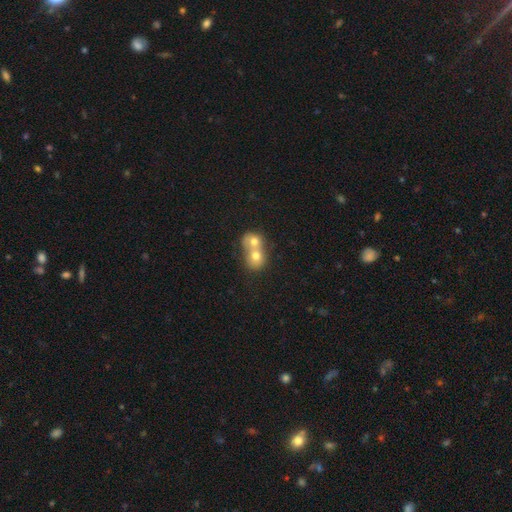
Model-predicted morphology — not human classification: Smooth or featured? Predicted: smooth (p=0.68). How rounded? Predicted: round (p=0.65). Merging? Predicted: merger (p=0.78).